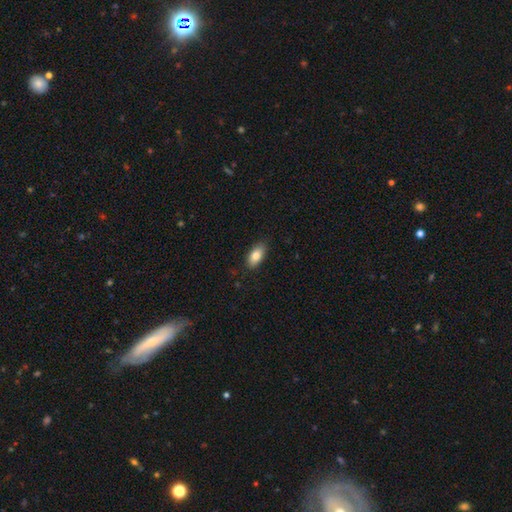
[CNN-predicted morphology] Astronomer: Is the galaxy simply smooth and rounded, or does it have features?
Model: smooth — 82%.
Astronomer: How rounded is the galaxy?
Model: in between — 91%.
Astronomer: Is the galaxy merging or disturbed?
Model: none — 85%.